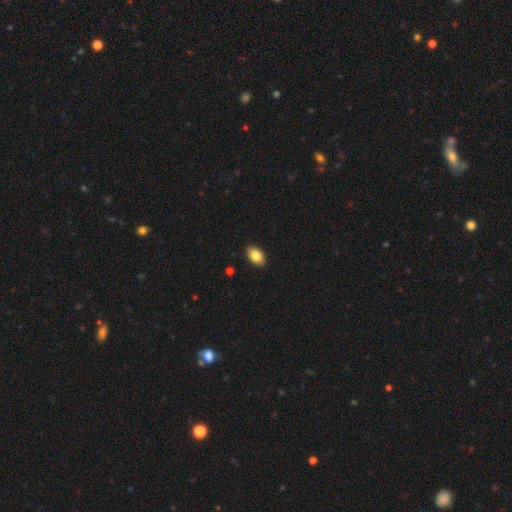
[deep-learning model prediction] smooth 84%, featured or disk 8%, star or artifact 7%. Down the decision tree: how rounded — in between (89%); merging — none (90%).